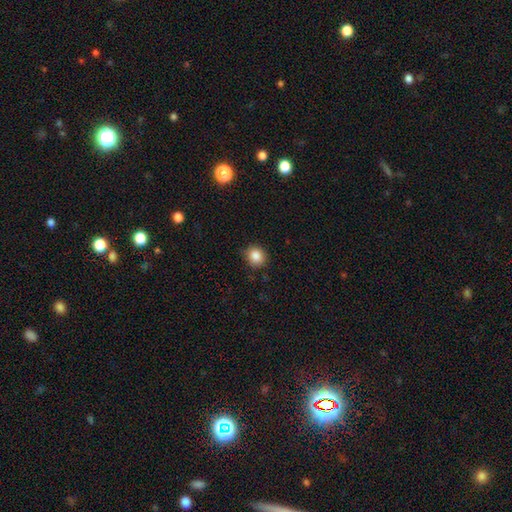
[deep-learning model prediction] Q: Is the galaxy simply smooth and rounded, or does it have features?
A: smooth — 85%.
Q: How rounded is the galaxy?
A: round — 78%.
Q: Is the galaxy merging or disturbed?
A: none — 82%.